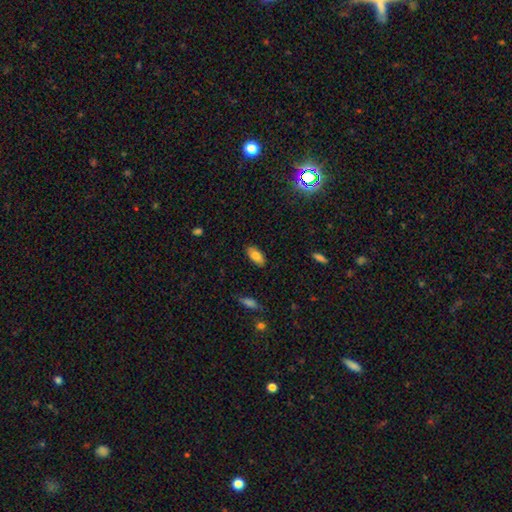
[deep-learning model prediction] Smooth or featured?
  - smooth: 81% *
  - featured or disk: 11%
  - star or artifact: 8%
How rounded?
  - in between: 92% *
  - cigar-shaped: 6%
  - round: 2%
Merging?
  - none: 86% *
  - minor disturbance: 10%
  - major disturbance: 2%
  - merger: 1%